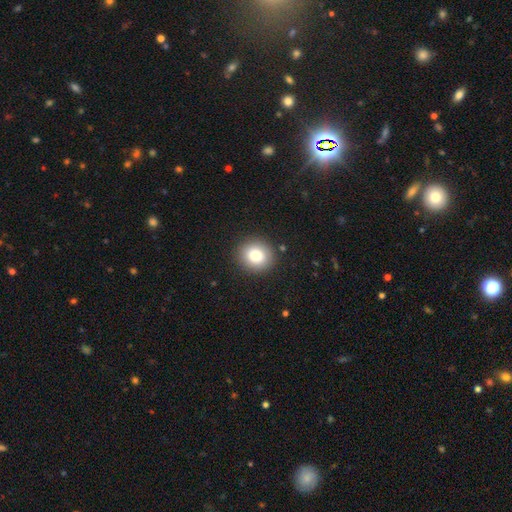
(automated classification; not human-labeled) smooth 82%, star or artifact 10%, featured or disk 8%. Down the decision tree: how rounded — round (83%); merging — none (89%).